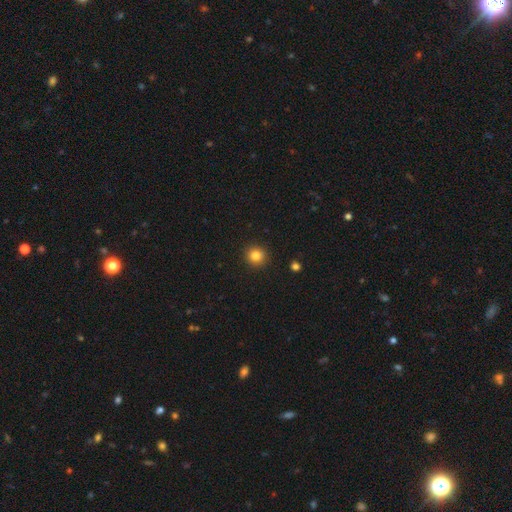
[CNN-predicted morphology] A smooth galaxy with no disk features (83%) that is round (93%).

Vote fractions:
- Smooth or featured? smooth: 83% / star or artifact: 12% / featured or disk: 5%
- How rounded? round: 93% / in between: 6% / cigar-shaped: 1%
- Merging? none: 93% / minor disturbance: 5% / major disturbance: 2% / merger: 1%